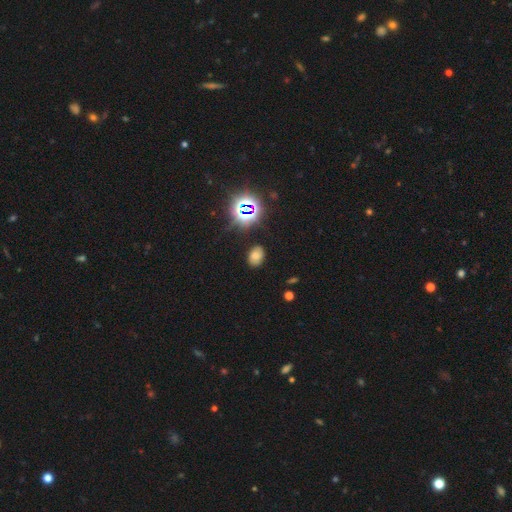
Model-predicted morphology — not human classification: Smooth or featured?
  - smooth: 65% *
  - star or artifact: 26%
  - featured or disk: 10%
How rounded?
  - in between: 80% *
  - round: 19%
  - cigar-shaped: 1%
Merging?
  - none: 82% *
  - minor disturbance: 13%
  - major disturbance: 4%
  - merger: 2%